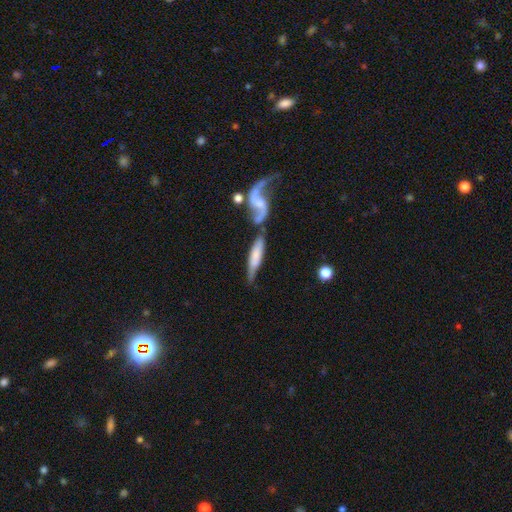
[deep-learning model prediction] A smooth galaxy with no disk features (53%) that is cigar-shaped (75%). Merging: none (42%).